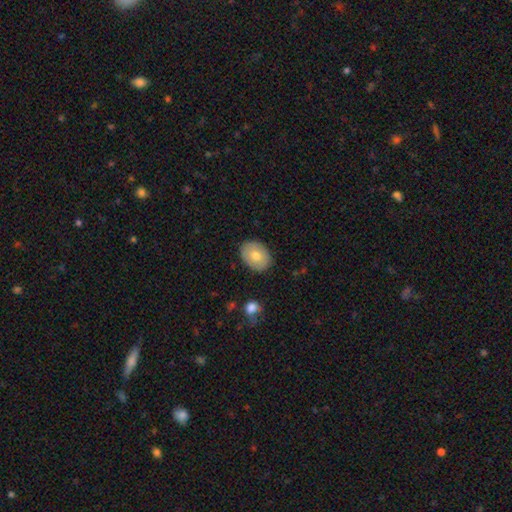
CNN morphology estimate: A smooth galaxy with no disk features (71%) that is in between round and cigar-shaped (69%). Merging: none (87%).